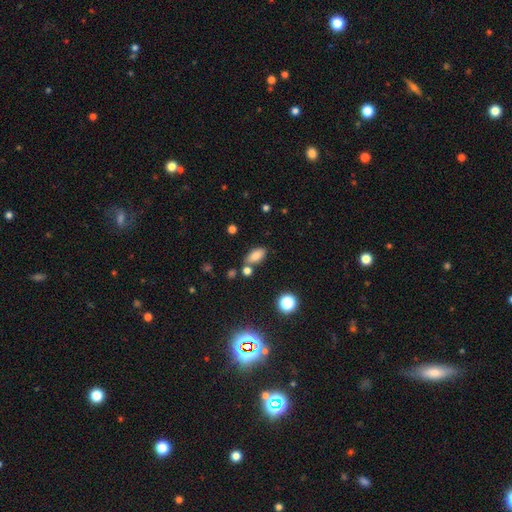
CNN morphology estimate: Smooth or featured: smooth — 82% (star or artifact — 11%)
How rounded: in between — 88% (cigar-shaped — 7%)
Merging: none — 70% (minor disturbance — 14%)